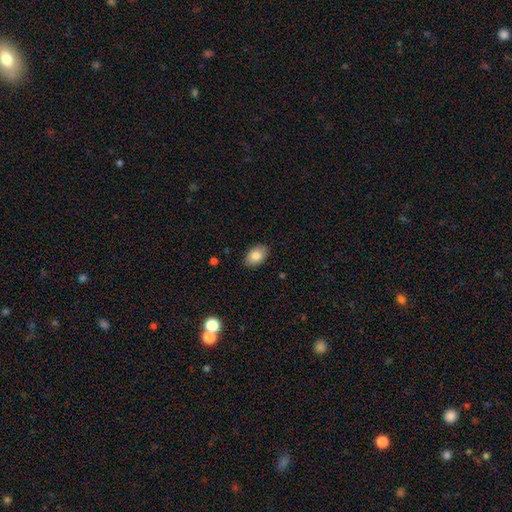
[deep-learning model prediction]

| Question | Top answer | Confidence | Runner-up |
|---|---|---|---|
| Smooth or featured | smooth | 84% | featured or disk (9%) |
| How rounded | in between | 86% | round (13%) |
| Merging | none | 86% | minor disturbance (10%) |